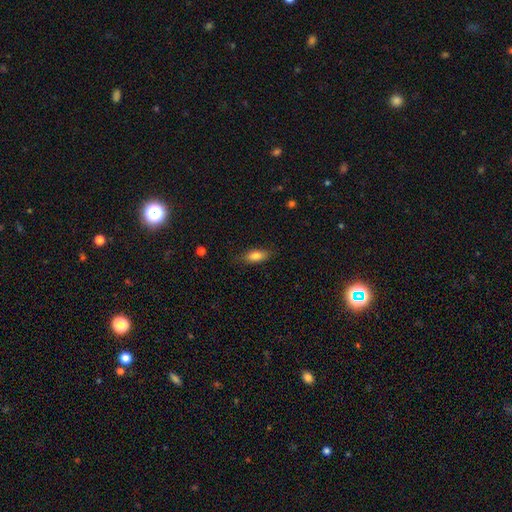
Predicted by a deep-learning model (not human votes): A smooth galaxy with no disk features (80%) that is in between round and cigar-shaped (77%). Merging: none (80%).